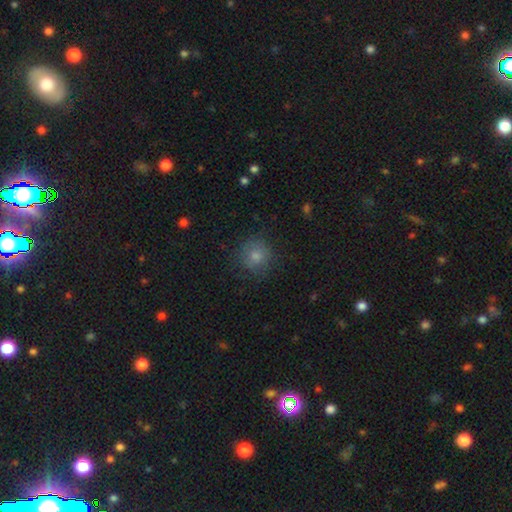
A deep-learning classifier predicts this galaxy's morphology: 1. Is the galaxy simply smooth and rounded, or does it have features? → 75% smooth, 16% star or artifact, 9% featured or disk.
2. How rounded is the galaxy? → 92% round, 7% in between, 1% cigar-shaped.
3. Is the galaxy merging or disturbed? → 84% none, 12% minor disturbance, 4% major disturbance, 1% merger.